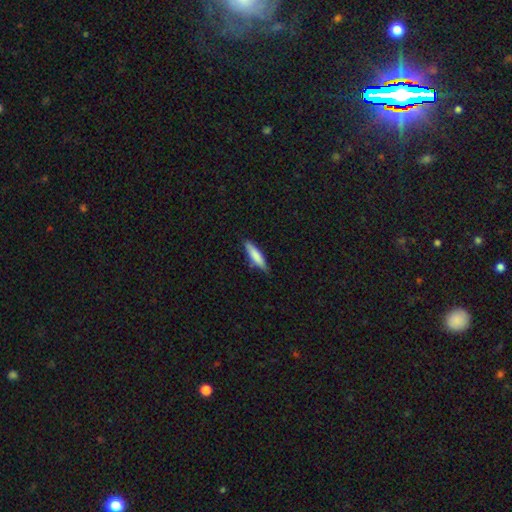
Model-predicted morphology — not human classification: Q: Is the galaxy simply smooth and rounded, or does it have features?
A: smooth — 78%.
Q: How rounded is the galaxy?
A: cigar-shaped — 79%.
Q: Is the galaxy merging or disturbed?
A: none — 81%.